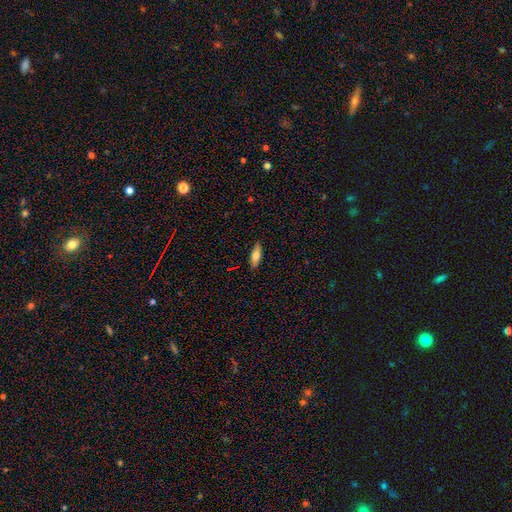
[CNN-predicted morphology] A smooth galaxy with no disk features (72%) that is in between round and cigar-shaped (65%). Merging: none (87%).